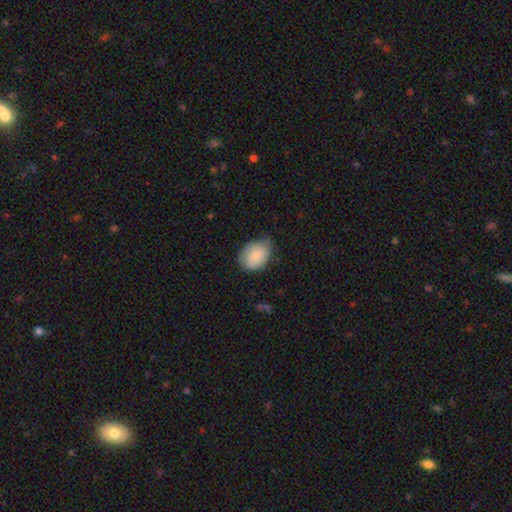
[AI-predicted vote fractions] Smooth or featured: smooth — 83% (featured or disk — 11%)
How rounded: in between — 74% (round — 25%)
Merging: none — 55% (minor disturbance — 37%)